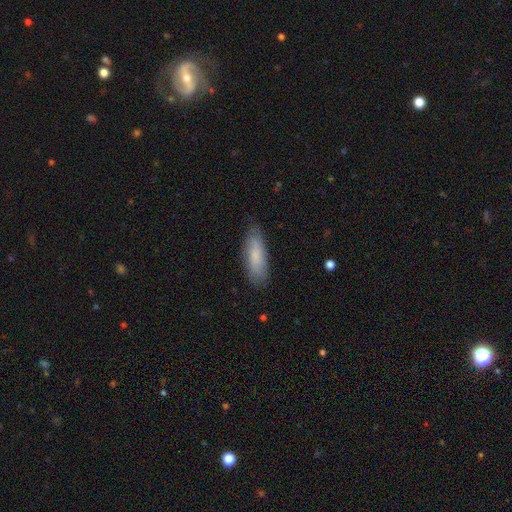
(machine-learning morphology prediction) Smooth or featured: smooth — 77% (featured or disk — 17%)
How rounded: in between — 58% (cigar-shaped — 40%)
Merging: none — 80% (minor disturbance — 16%)